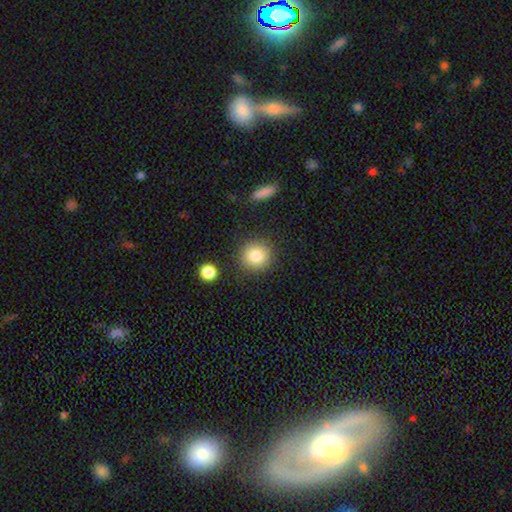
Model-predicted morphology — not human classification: smooth 84%, star or artifact 9%, featured or disk 7%. Down the decision tree: how rounded — round (89%); merging — none (86%).